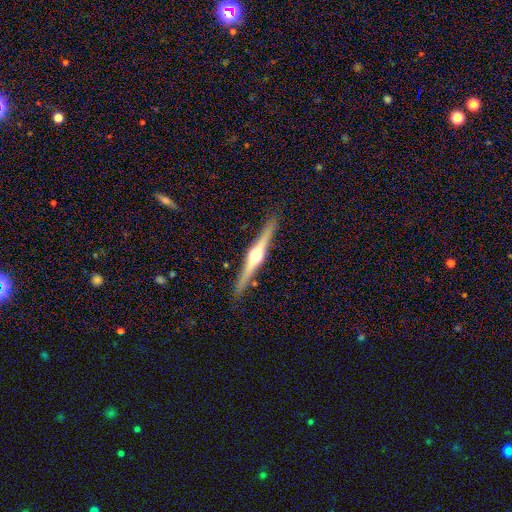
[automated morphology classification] Smooth or featured?
  - featured or disk: 81% *
  - smooth: 14%
  - star or artifact: 5%
Edge-on disk?
  - yes: 98% *
  - no: 2%
Edge-on bulge?
  - rounded: 94% *
  - boxy: 4%
  - none: 2%
Merging?
  - none: 89% *
  - minor disturbance: 8%
  - merger: 2%
  - major disturbance: 1%